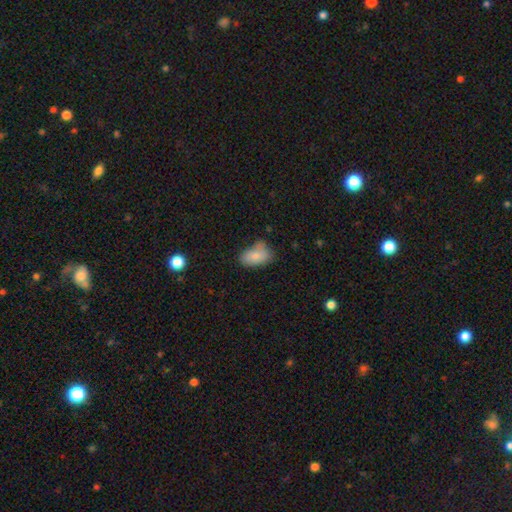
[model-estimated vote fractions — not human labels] Smooth or featured?
  - smooth: 82% *
  - featured or disk: 10%
  - star or artifact: 8%
How rounded?
  - in between: 92% *
  - round: 6%
  - cigar-shaped: 2%
Merging?
  - none: 56% *
  - minor disturbance: 30%
  - major disturbance: 7%
  - merger: 7%